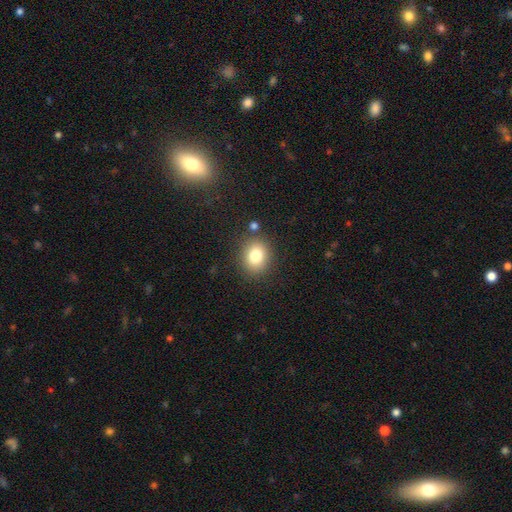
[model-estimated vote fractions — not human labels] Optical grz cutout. It shows a smooth galaxy with no disk features (80%) that is round (61%). Merging: none (84%).